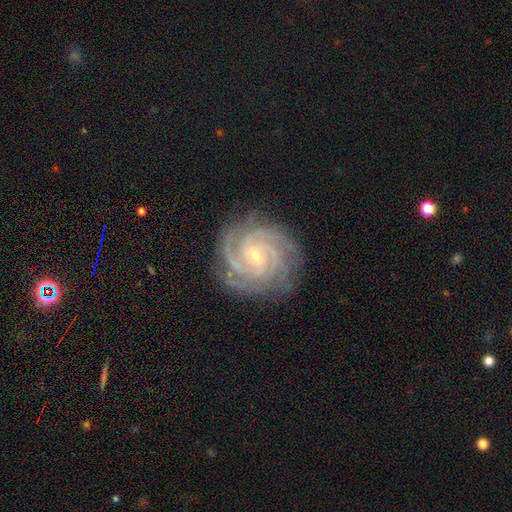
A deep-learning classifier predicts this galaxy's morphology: Smooth or featured: featured or disk — 92% (star or artifact — 5%)
Edge-on disk: no — 98% (yes — 2%)
Bar: weak — 44% (no — 38%)
Spiral arms: yes — 99% (no — 1%)
Spiral winding: tight — 78% (medium — 20%)
Spiral arm count: 4 — 36% (3 — 25%)
Bulge size: small — 72% (moderate — 25%)
Merging: none — 83% (minor disturbance — 13%)